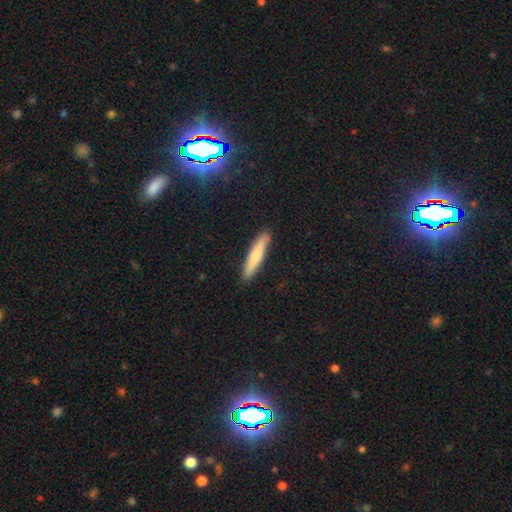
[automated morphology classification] Smooth or featured: smooth — 72% (featured or disk — 23%)
How rounded: cigar-shaped — 92% (in between — 7%)
Merging: none — 90% (minor disturbance — 8%)